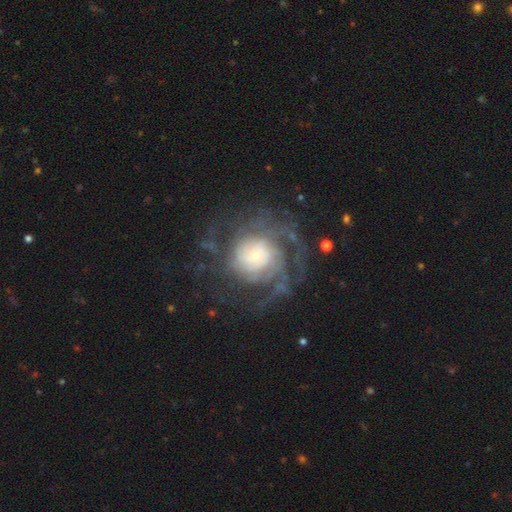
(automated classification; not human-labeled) Smooth or featured: featured or disk — 83% (smooth — 10%)
Edge-on disk: no — 98% (yes — 2%)
Bar: no — 74% (weak — 21%)
Spiral arms: yes — 94% (no — 6%)
Spiral winding: tight — 58% (medium — 29%)
Spiral arm count: can't tell — 36% (4 — 17%)
Bulge size: small — 50% (moderate — 26%)
Merging: none — 62% (major disturbance — 22%)